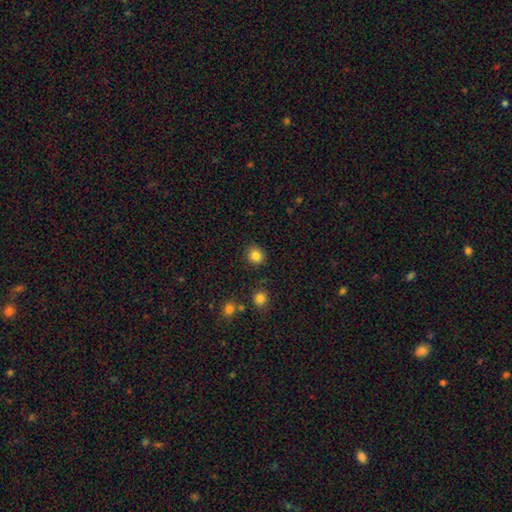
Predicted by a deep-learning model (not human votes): Smooth or featured: smooth — 84% (star or artifact — 11%)
How rounded: round — 81% (in between — 19%)
Merging: none — 87% (minor disturbance — 9%)